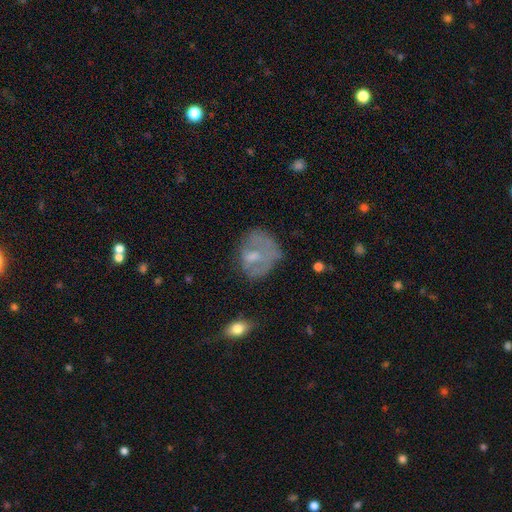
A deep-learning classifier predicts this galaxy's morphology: Smooth or featured: smooth — 49% (featured or disk — 40%)
Merging: none — 42% (major disturbance — 27%)